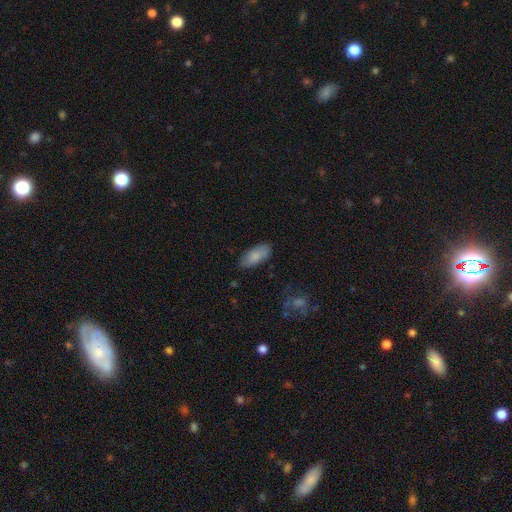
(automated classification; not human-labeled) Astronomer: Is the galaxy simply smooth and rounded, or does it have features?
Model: smooth — 82%.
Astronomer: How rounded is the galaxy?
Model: in between — 85%.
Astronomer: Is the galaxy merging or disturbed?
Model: none — 79%.